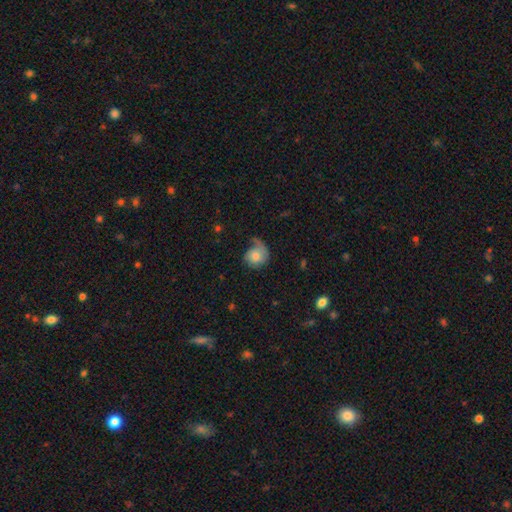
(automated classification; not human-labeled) A smooth galaxy with no disk features (63%) that is round (79%). Merging: none (40%).